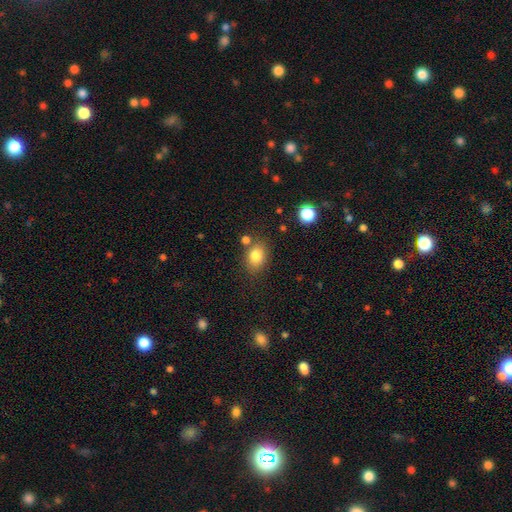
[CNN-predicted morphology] The model was most divided on "how rounded": in between: 65%, round: 34%, cigar-shaped: 1%. More confident: smooth or featured — smooth (81%); merging — none (75%).